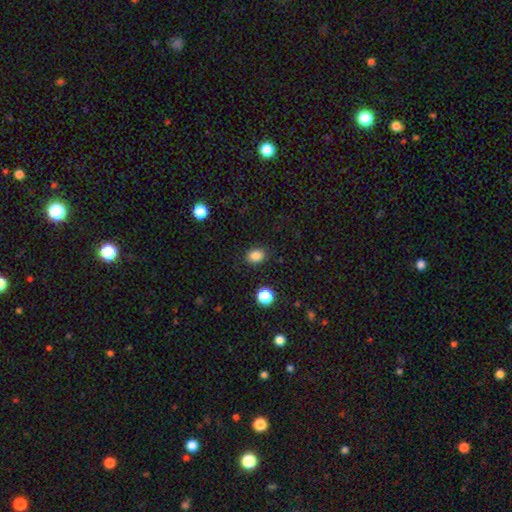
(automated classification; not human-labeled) A smooth galaxy with no disk features (85%) that is in between round and cigar-shaped (63%). Merging: none (87%).